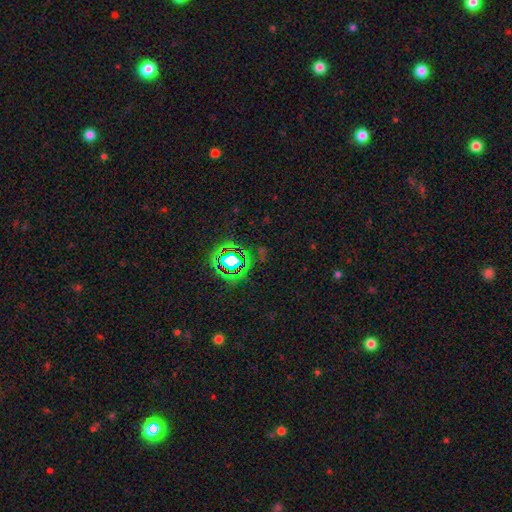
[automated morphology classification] Q: Smooth or featured?
A: star or artifact (78%); runner-up: smooth (13%)